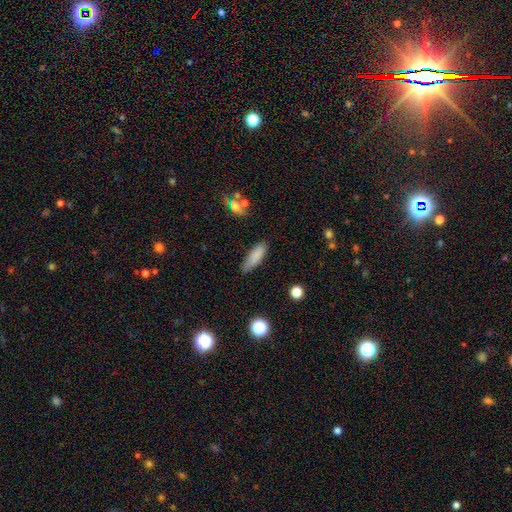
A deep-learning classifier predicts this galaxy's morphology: Smooth or featured: smooth — 83% (featured or disk — 9%)
How rounded: cigar-shaped — 51% (in between — 47%)
Merging: none — 73% (minor disturbance — 20%)